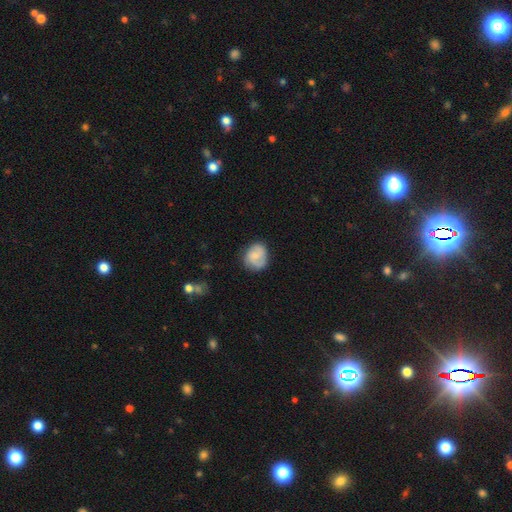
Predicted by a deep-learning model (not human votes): Overall: smooth (57%; featured or disk 36%). How rounded: round (67%; in between 32%). Merging: none (69%).